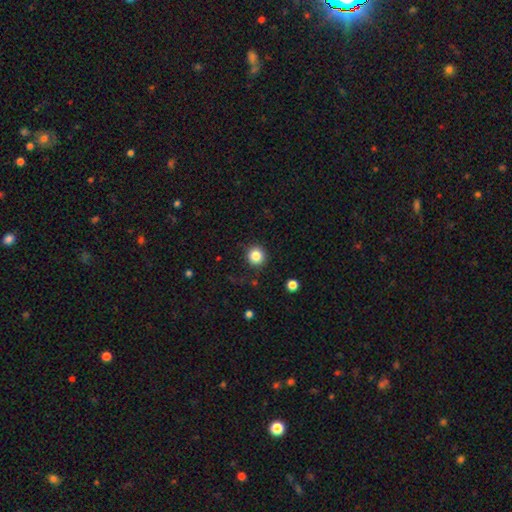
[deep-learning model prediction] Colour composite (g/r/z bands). It shows a smooth galaxy with no disk features (84%) that is round (94%). Merging: none (88%).